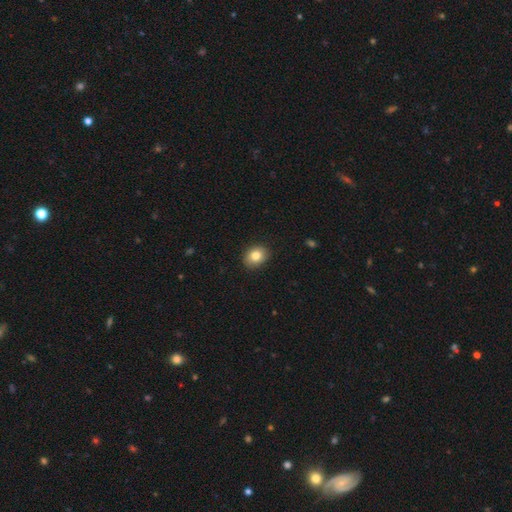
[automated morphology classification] Smooth or featured? smooth (83%)
How rounded? in between (50%)
Merging? none (88%)